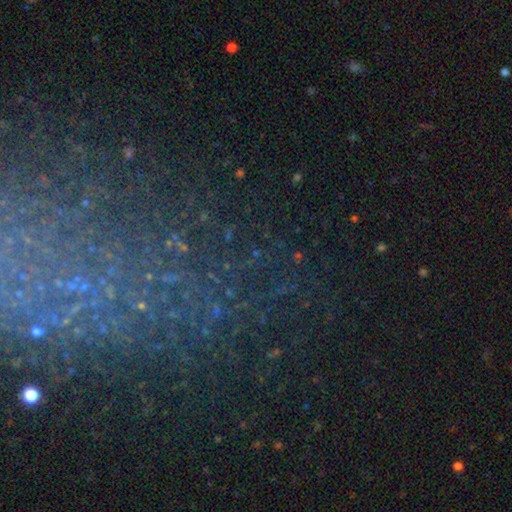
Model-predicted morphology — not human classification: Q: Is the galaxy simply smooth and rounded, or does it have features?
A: star or artifact — 63%.